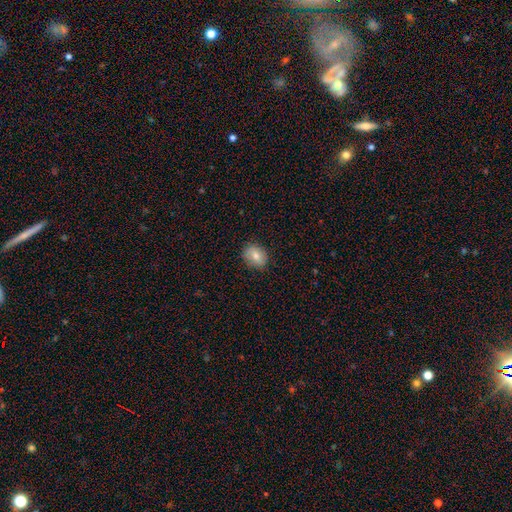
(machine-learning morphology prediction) A smooth galaxy with no disk features (79%) that is in between round and cigar-shaped (56%).

Vote fractions:
- Smooth or featured? smooth: 79% / featured or disk: 13% / star or artifact: 8%
- How rounded? in between: 56% / round: 43% / cigar-shaped: 1%
- Merging? none: 85% / minor disturbance: 12% / major disturbance: 2% / merger: 1%